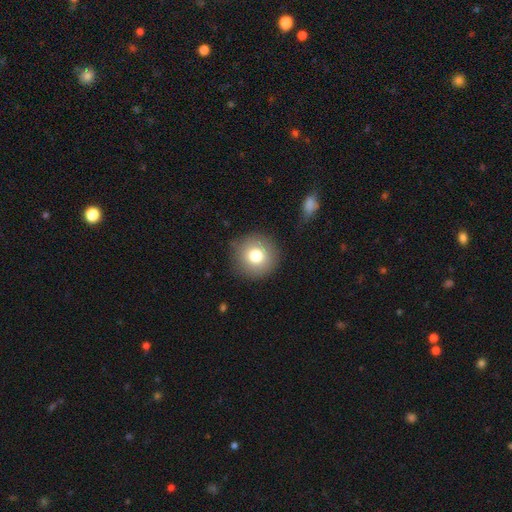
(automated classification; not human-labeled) Morphology: type=smooth (78%); roundness=round (95%); merging=none (88%).